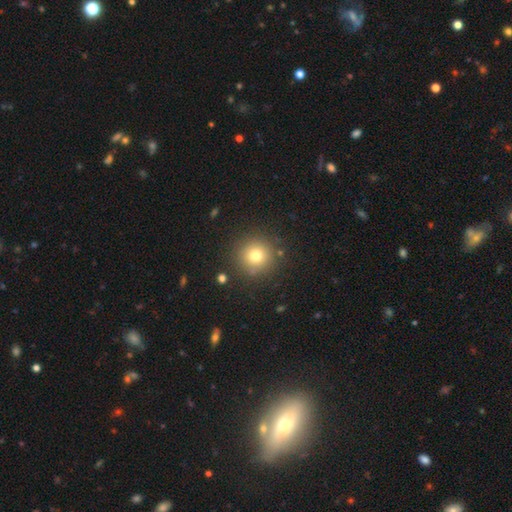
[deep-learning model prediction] A smooth galaxy with no disk features (77%) that is round (94%).

Vote fractions:
- Smooth or featured? smooth: 77% / star or artifact: 14% / featured or disk: 9%
- How rounded? round: 94% / in between: 5% / cigar-shaped: 1%
- Merging? none: 87% / minor disturbance: 8% / major disturbance: 3% / merger: 2%